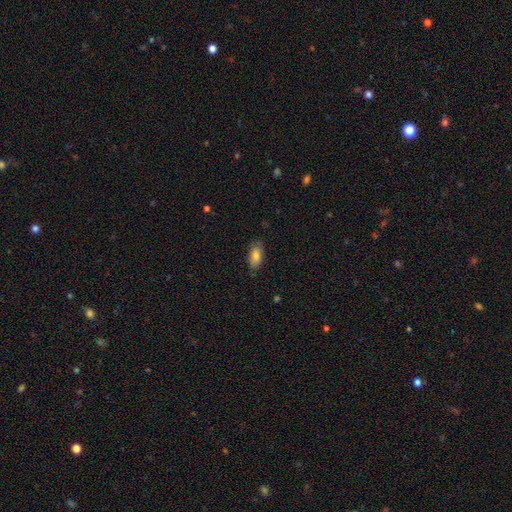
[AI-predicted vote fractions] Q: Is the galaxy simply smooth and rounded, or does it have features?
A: smooth — 81%.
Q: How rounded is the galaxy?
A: in between — 88%.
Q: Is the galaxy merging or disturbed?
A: none — 81%.